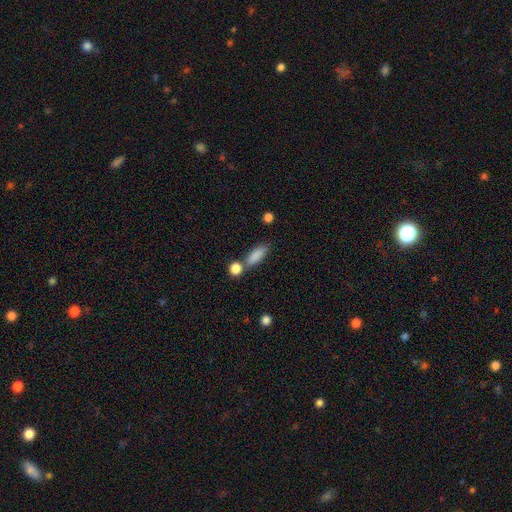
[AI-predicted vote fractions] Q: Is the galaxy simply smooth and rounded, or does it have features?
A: smooth — 86%.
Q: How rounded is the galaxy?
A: in between — 65%.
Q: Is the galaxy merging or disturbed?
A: none — 62%.